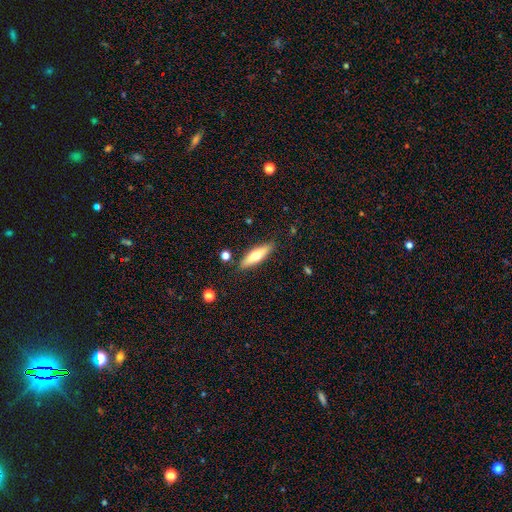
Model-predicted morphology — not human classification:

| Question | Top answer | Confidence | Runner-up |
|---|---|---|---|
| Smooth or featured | smooth | 54% | featured or disk (40%) |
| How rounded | cigar-shaped | 58% | in between (39%) |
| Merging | none | 86% | minor disturbance (9%) |